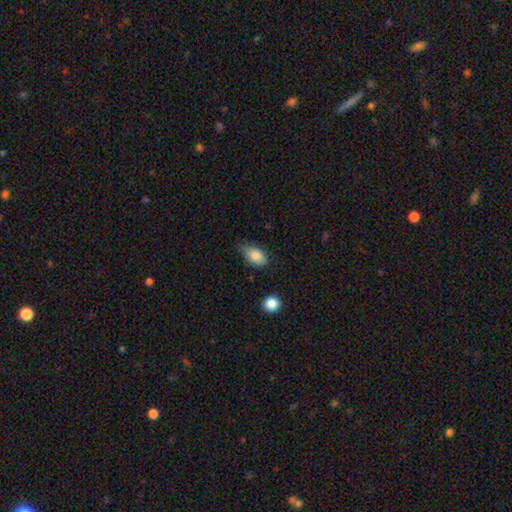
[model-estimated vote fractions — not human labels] smooth-or-featured: smooth: 85% | star or artifact: 8% | featured or disk: 8%
  how-rounded: in between: 87% | round: 10% | cigar-shaped: 2%
  merging: none: 47% | minor disturbance: 42% | major disturbance: 9% | merger: 2%